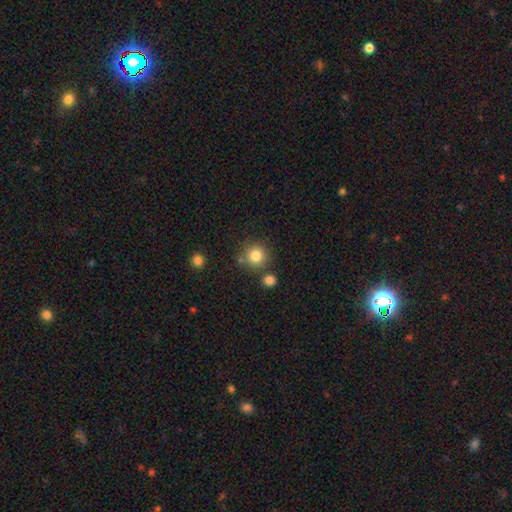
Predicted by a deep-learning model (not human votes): Q: Smooth or featured?
A: smooth (83%); runner-up: star or artifact (11%)
Q: How rounded?
A: round (93%); runner-up: in between (7%)
Q: Merging?
A: none (76%); runner-up: merger (12%)